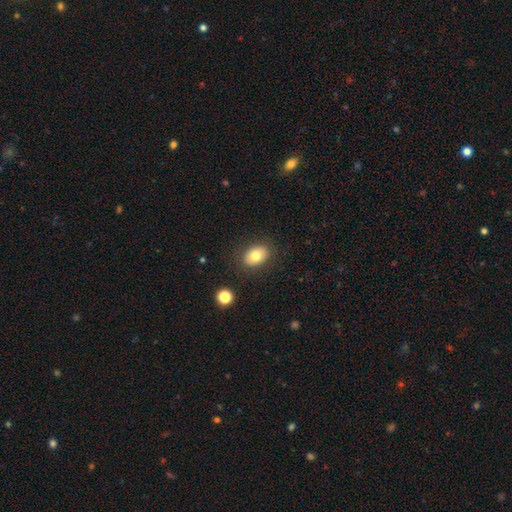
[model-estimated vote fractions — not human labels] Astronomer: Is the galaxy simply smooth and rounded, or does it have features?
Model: smooth — 79%.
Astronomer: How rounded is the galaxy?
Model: in between — 76%.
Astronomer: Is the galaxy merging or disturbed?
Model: none — 86%.